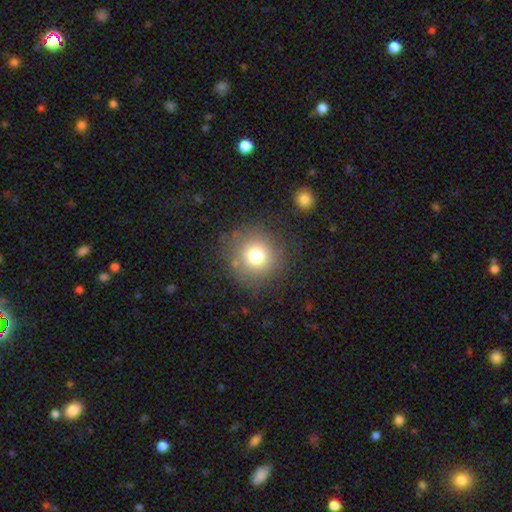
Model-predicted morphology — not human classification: Q: Smooth or featured?
A: smooth (75%); runner-up: star or artifact (14%)
Q: How rounded?
A: round (93%); runner-up: in between (6%)
Q: Merging?
A: none (83%); runner-up: minor disturbance (10%)